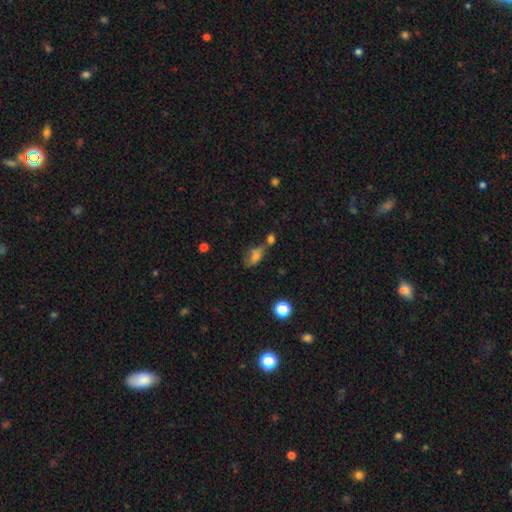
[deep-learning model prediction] Smooth or featured?
  - smooth: 66% *
  - featured or disk: 17%
  - star or artifact: 17%
How rounded?
  - in between: 80% *
  - round: 12%
  - cigar-shaped: 8%
Merging?
  - none: 35% *
  - merger: 32%
  - minor disturbance: 20%
  - major disturbance: 13%